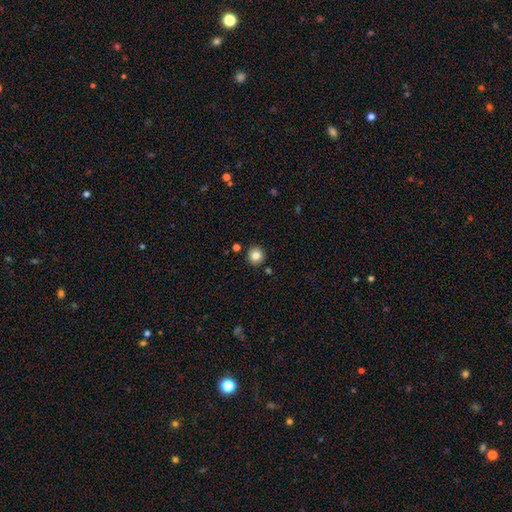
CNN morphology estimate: smooth_or_featured: smooth (p=0.82) [alt: star or artifact p=0.10]
how_rounded: round (p=0.92) [alt: in between p=0.07]
merging: none (p=0.88) [alt: minor disturbance p=0.07]